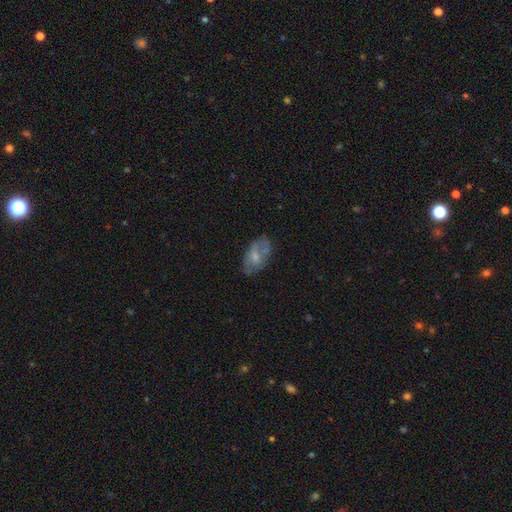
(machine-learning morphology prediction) Smooth or featured?
  - smooth: 52% *
  - featured or disk: 41%
  - star or artifact: 8%
How rounded?
  - in between: 92% *
  - round: 5%
  - cigar-shaped: 3%
Merging?
  - none: 61% *
  - minor disturbance: 24%
  - major disturbance: 9%
  - merger: 5%